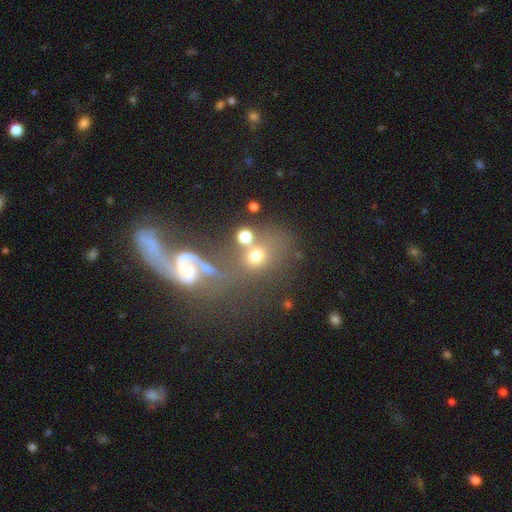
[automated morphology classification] Q: Smooth or featured?
A: smooth (54%); runner-up: featured or disk (31%)
Q: How rounded?
A: round (62%); runner-up: in between (36%)
Q: Merging?
A: none (40%); runner-up: merger (35%)